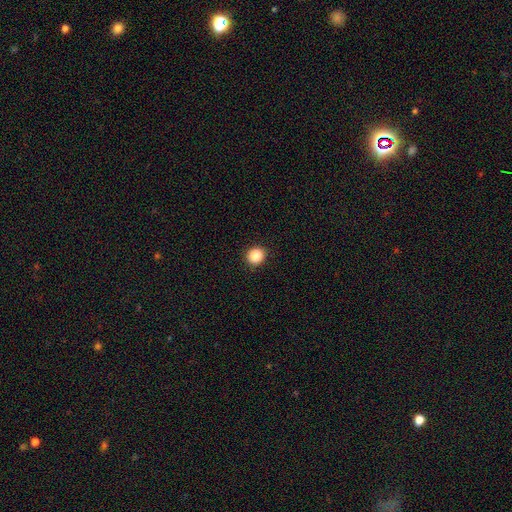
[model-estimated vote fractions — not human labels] Morphology: type=smooth (88%); roundness=round (87%); merging=none (92%).